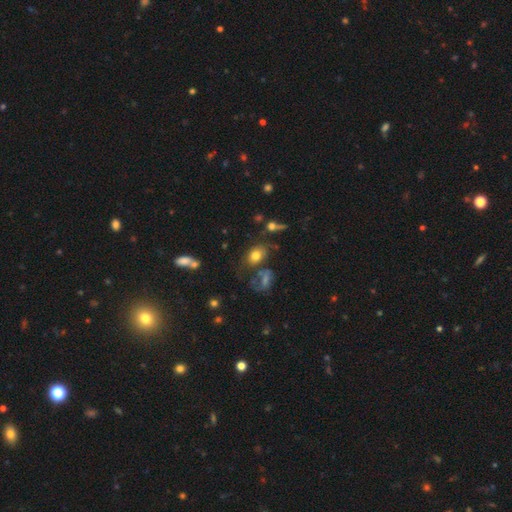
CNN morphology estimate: Smooth or featured? smooth (72%)
How rounded? in between (65%)
Merging? none (55%)